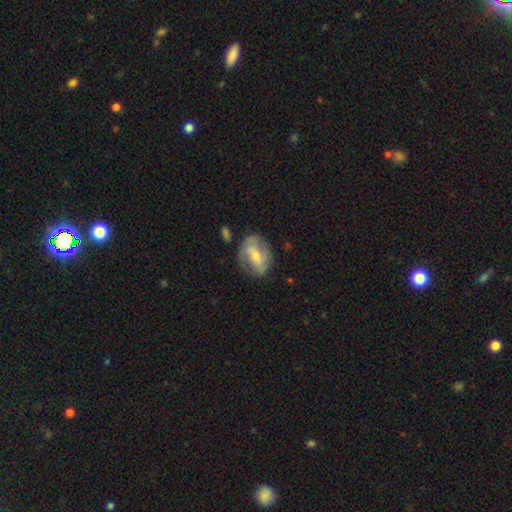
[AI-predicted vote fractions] This appears to be a featured or disk galaxy (63%) with a weak bar (43%), 2 (55%) medium (43%) spiral arms (82%) and a small central bulge (49%). Merging: none (65%).